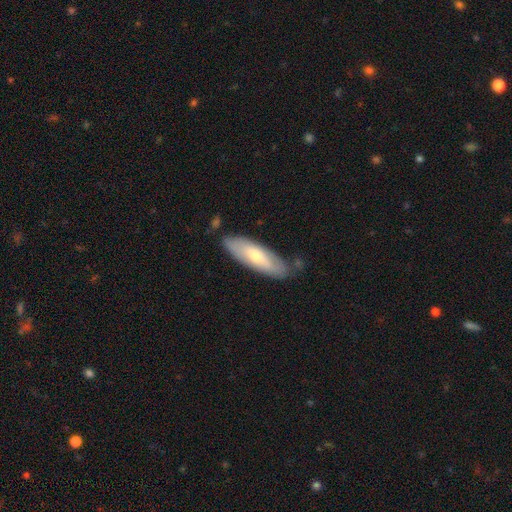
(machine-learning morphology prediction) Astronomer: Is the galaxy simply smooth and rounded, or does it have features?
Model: smooth — 57% (runner-up: featured or disk, 37%).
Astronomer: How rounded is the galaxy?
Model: in between — 52% (runner-up: cigar-shaped, 46%).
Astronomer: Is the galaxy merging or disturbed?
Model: none — 75%.